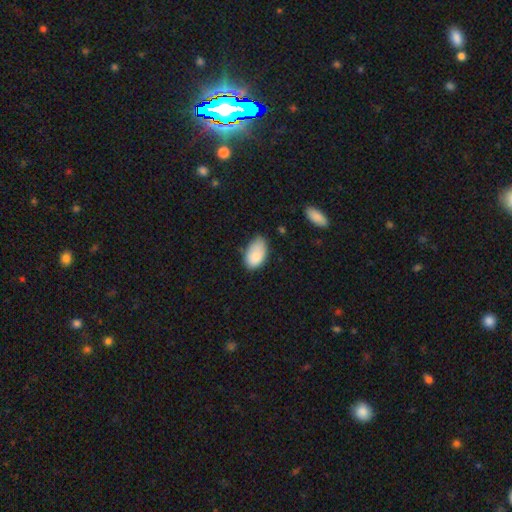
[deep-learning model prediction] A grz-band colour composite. It shows a smooth galaxy with no disk features (84%) that is in between round and cigar-shaped (93%). Merging: none (51%).